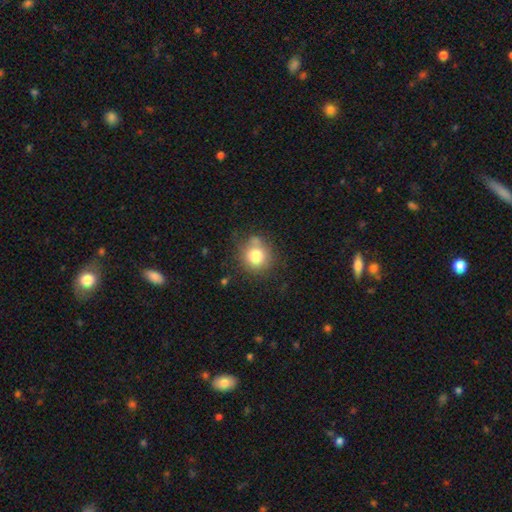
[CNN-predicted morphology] Smooth or featured?
  - smooth: 79% *
  - featured or disk: 11%
  - star or artifact: 11%
How rounded?
  - round: 86% *
  - in between: 13%
  - cigar-shaped: 1%
Merging?
  - none: 68% *
  - minor disturbance: 18%
  - merger: 9%
  - major disturbance: 5%